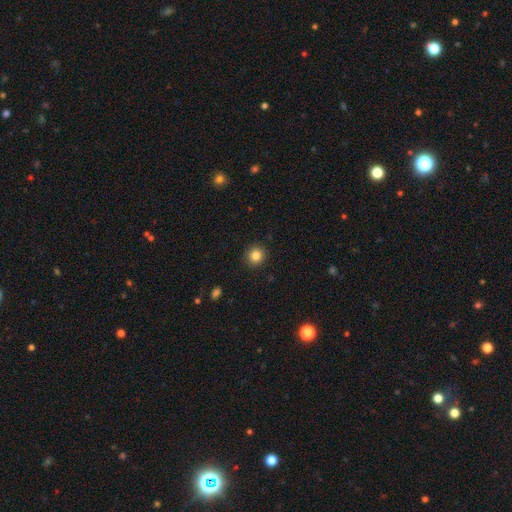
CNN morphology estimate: Smooth or featured? Predicted: smooth (p=0.84). How rounded? Predicted: round (p=0.90). Merging? Predicted: none (p=0.91).